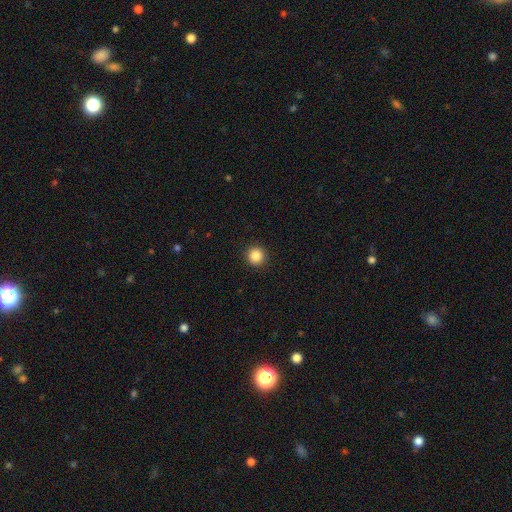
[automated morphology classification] This is clearly a smooth galaxy (86%). How rounded: clearly round (94%). Merging: clearly none (93%).